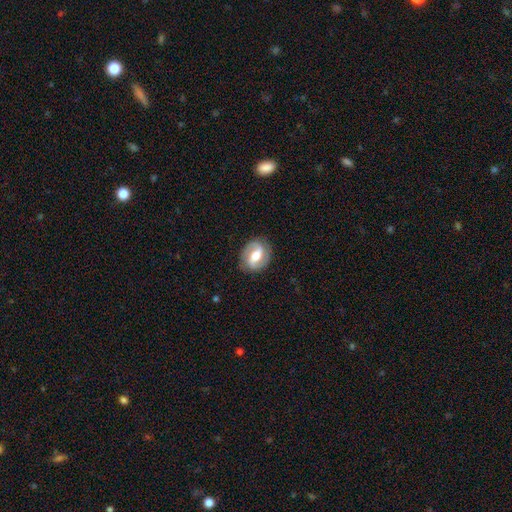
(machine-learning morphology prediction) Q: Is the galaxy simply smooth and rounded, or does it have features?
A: featured or disk — 78%.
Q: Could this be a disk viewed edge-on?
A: no — 97%.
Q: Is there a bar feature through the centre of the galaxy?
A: strong — 41%, tied with weak.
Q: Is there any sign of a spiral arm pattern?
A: yes — 90%.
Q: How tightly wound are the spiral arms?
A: medium — 47%.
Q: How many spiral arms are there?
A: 2 — 89%.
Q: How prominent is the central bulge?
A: moderate — 64%.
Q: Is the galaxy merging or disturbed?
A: none — 85%.